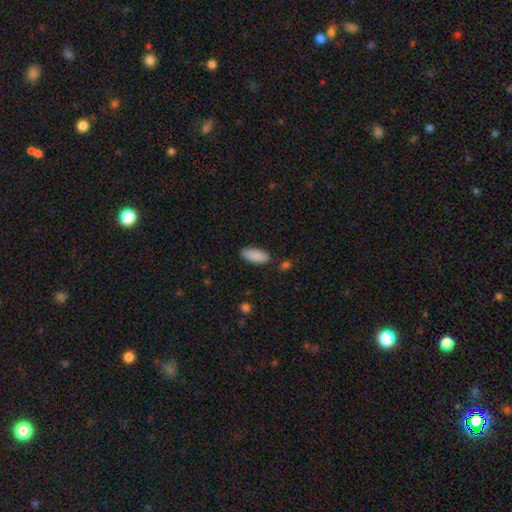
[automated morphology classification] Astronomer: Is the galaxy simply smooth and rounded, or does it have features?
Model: smooth — 89%.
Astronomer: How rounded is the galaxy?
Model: in between — 85%.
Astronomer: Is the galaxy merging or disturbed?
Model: none — 81%.